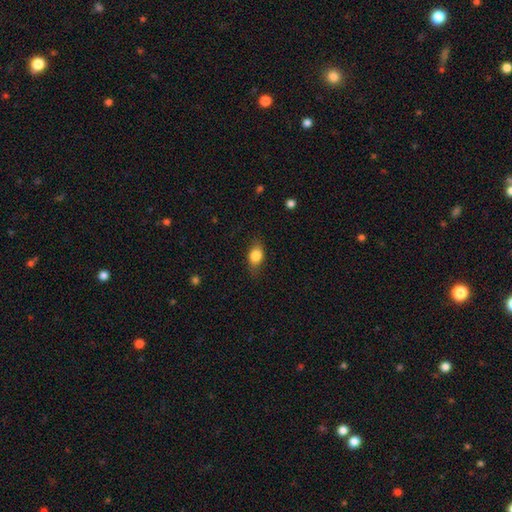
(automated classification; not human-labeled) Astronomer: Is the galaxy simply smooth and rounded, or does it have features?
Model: smooth — 81%.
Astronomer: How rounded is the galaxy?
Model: in between — 72%.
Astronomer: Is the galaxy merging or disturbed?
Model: none — 75%.